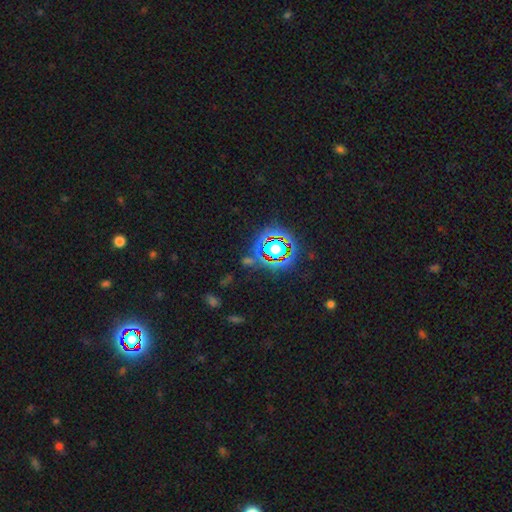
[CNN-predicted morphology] The model was most divided on "smooth or featured": star or artifact: 76%, smooth: 15%, featured or disk: 9%.